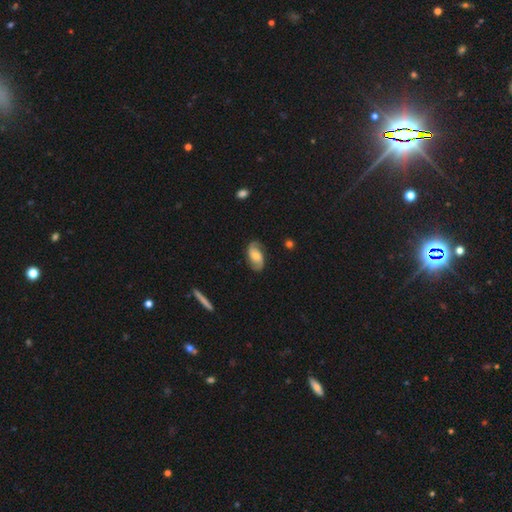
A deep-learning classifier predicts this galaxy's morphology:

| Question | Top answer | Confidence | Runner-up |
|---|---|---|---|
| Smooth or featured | featured or disk | 67% | smooth (26%) |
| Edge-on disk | no | 96% | yes (4%) |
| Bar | no | 54% | weak (36%) |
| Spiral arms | yes | 94% | no (6%) |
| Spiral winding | medium | 41% | loose (37%) |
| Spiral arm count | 2 | 90% | can't tell (5%) |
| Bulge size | moderate | 49% | small (33%) |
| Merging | none | 80% | minor disturbance (15%) |